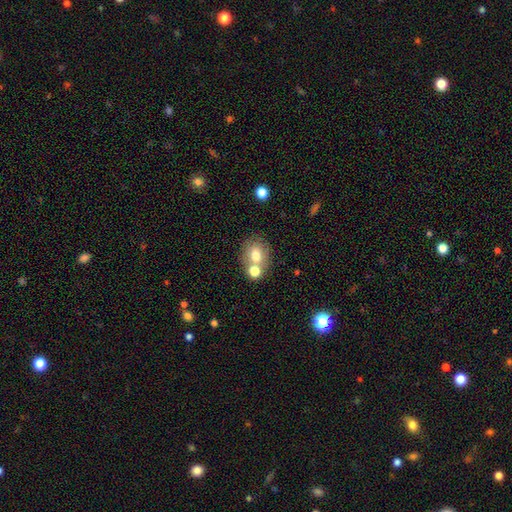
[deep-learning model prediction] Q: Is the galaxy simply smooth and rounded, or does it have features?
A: smooth — 74%.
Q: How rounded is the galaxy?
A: round — 61%.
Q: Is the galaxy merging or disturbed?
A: none — 54%.